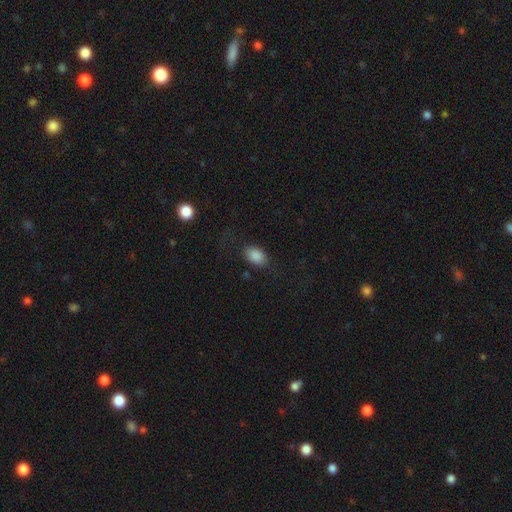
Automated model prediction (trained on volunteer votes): Smooth or featured? smooth (87%)
How rounded? in between (87%)
Merging? none (78%)